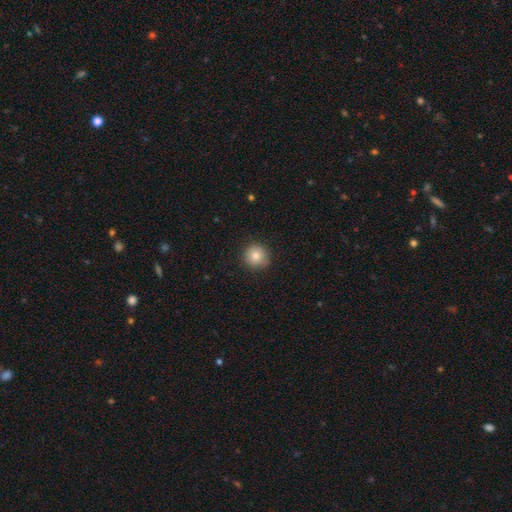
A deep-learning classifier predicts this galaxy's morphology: Smooth or featured: smooth — 83% (star or artifact — 10%)
How rounded: round — 93% (in between — 6%)
Merging: none — 88% (minor disturbance — 9%)